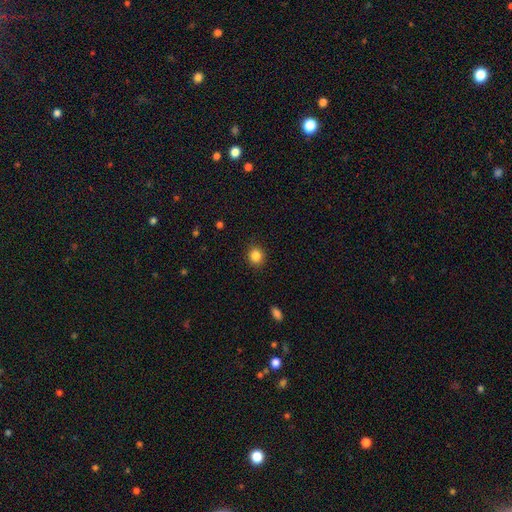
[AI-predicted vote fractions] Smooth or featured? smooth (85%)
How rounded? round (80%)
Merging? none (90%)